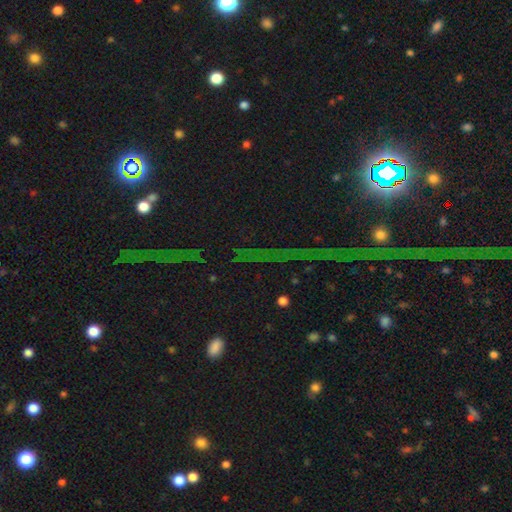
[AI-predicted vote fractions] This appears to be a star or artifact, not a galaxy (75%).